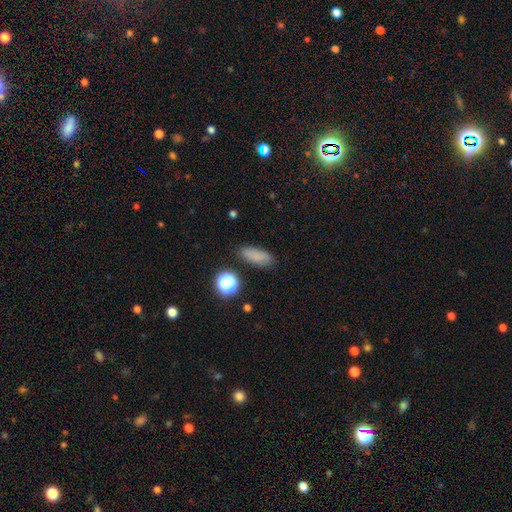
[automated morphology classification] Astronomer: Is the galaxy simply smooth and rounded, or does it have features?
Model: smooth — 79%.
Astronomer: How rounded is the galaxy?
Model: in between — 66%.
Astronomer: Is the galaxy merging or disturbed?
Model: none — 81%.